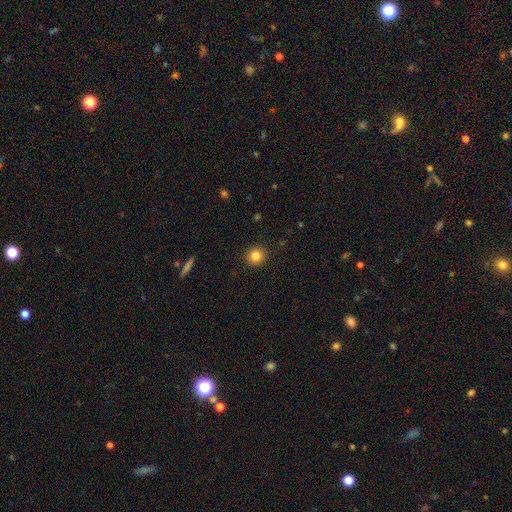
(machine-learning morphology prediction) smooth_or_featured: smooth (p=0.84) [alt: star or artifact p=0.11]
how_rounded: round (p=0.94) [alt: in between p=0.05]
merging: none (p=0.92) [alt: minor disturbance p=0.05]